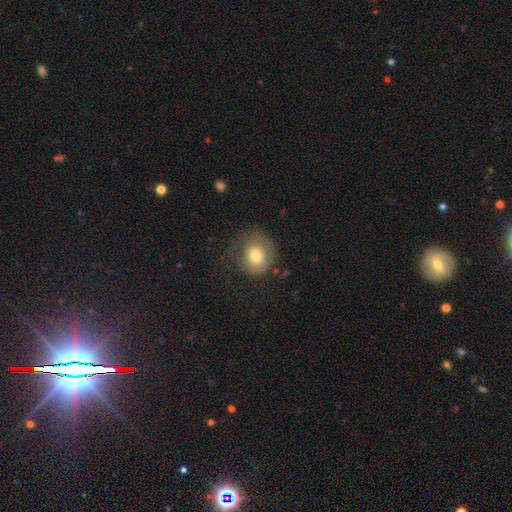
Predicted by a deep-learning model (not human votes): Smooth or featured? Predicted: smooth (p=0.76). How rounded? Predicted: round (p=0.75). Merging? Predicted: none (p=0.62).